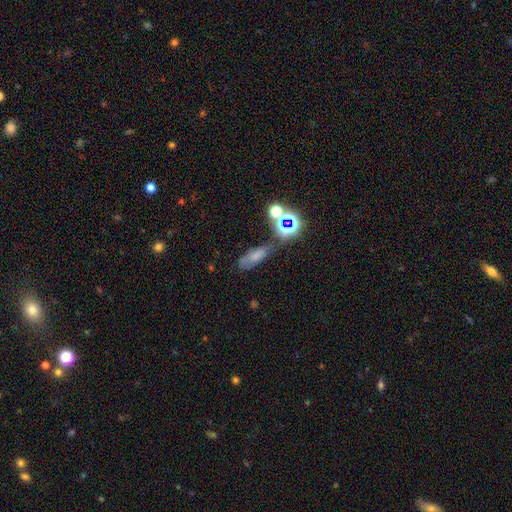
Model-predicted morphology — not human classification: smooth_or_featured: smooth (p=0.54) [alt: star or artifact p=0.26]
how_rounded: in between (p=0.66) [alt: cigar-shaped p=0.24]
merging: none (p=0.47) [alt: minor disturbance p=0.23]